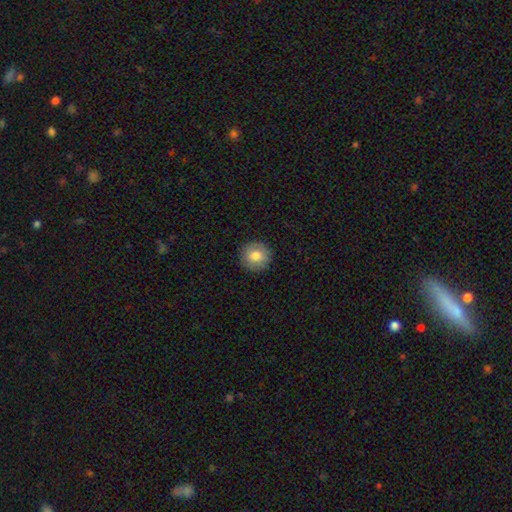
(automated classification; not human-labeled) Smooth or featured?
  - smooth: 80% *
  - featured or disk: 12%
  - star or artifact: 8%
How rounded?
  - round: 94% *
  - in between: 5%
  - cigar-shaped: 1%
Merging?
  - none: 91% *
  - minor disturbance: 6%
  - major disturbance: 2%
  - merger: 1%